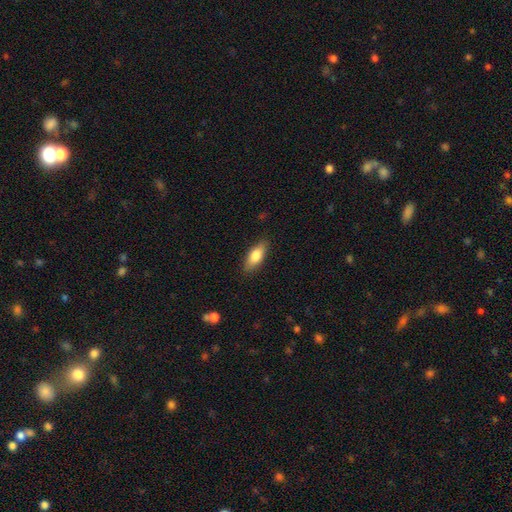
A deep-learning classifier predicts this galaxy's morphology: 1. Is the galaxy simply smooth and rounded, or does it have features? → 76% smooth, 18% featured or disk, 6% star or artifact.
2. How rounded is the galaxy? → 75% in between, 22% cigar-shaped, 3% round.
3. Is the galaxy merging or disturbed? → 86% none, 11% minor disturbance, 2% major disturbance, 1% merger.